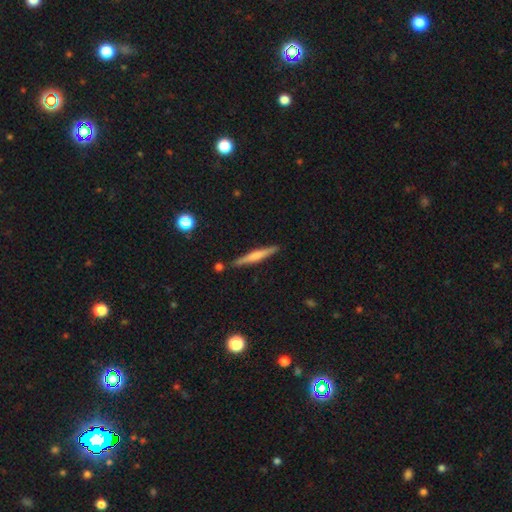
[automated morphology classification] featured or disk 50%, smooth 44%, star or artifact 6%. Down the decision tree: merging — none (86%).